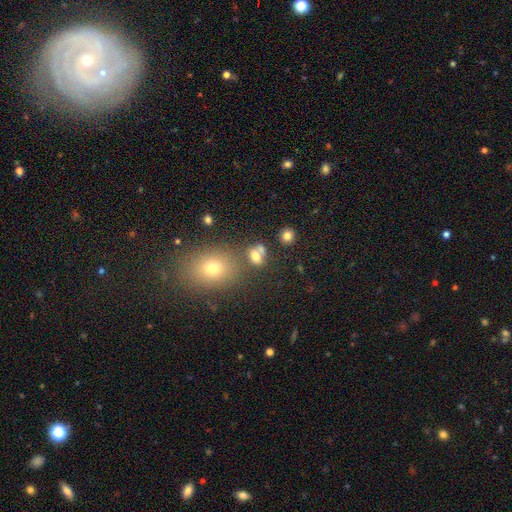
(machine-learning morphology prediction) smooth_or_featured: smooth (p=0.72) [alt: star or artifact p=0.16]
how_rounded: in between (p=0.55) [alt: round p=0.44]
merging: none (p=0.47) [alt: merger p=0.31]